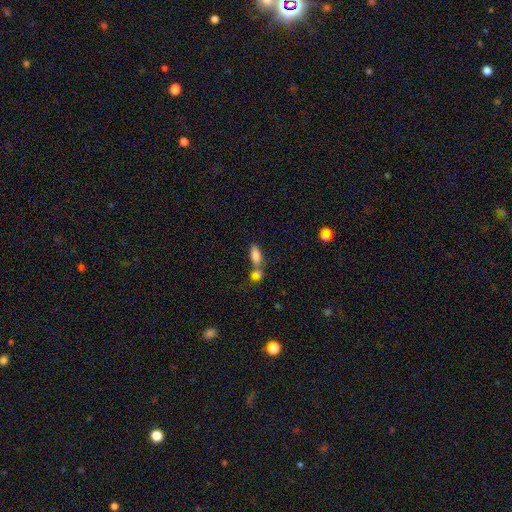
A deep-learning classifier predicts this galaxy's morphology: Smooth or featured?
  - smooth: 79% *
  - featured or disk: 12%
  - star or artifact: 9%
How rounded?
  - in between: 80% *
  - cigar-shaped: 16%
  - round: 4%
Merging?
  - merger: 44% *
  - none: 40%
  - minor disturbance: 11%
  - major disturbance: 5%